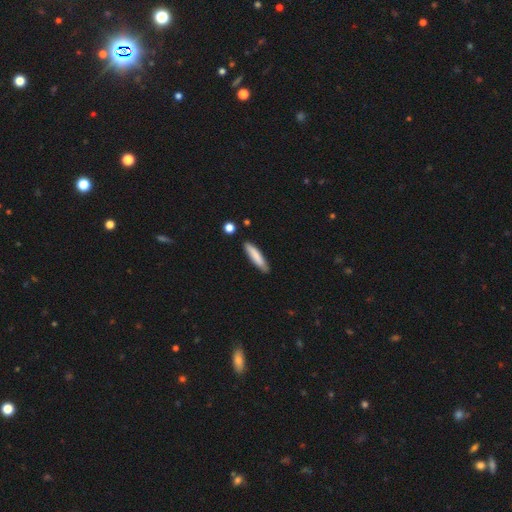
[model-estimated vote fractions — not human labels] Smooth or featured? Predicted: smooth (p=0.81). How rounded? Predicted: cigar-shaped (p=0.84). Merging? Predicted: none (p=0.84).